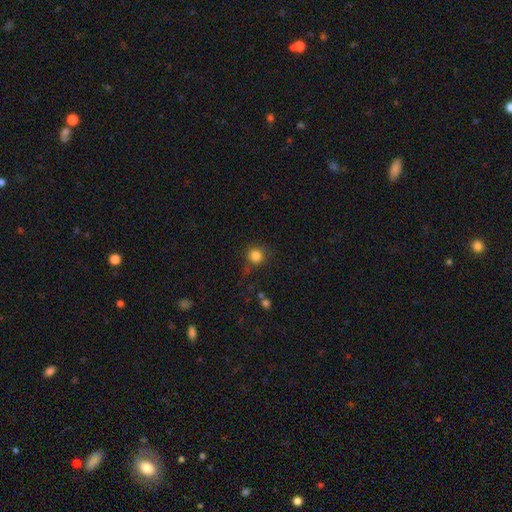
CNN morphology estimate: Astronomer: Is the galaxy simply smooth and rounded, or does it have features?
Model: smooth — 83%.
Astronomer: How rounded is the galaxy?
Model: round — 92%.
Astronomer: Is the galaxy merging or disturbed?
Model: none — 79%.